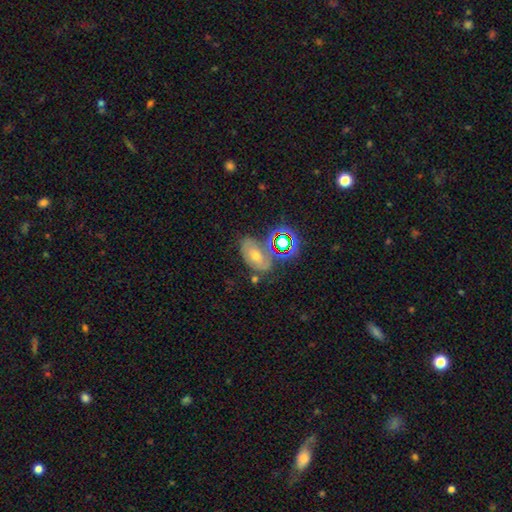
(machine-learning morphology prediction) type=featured or disk (39%); merging=none (55%).